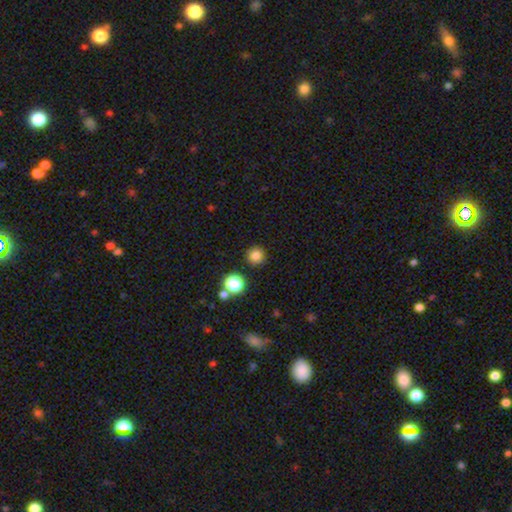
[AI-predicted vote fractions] smooth_or_featured: smooth (p=0.81) [alt: star or artifact p=0.15]
how_rounded: round (p=0.95) [alt: in between p=0.04]
merging: none (p=0.90) [alt: minor disturbance p=0.05]